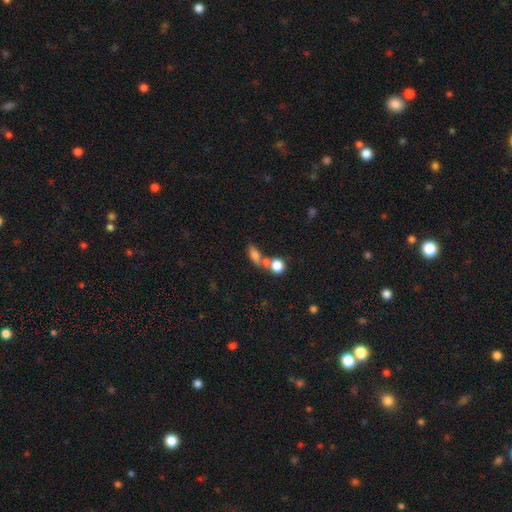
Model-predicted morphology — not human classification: type=smooth (71%); roundness=in between (61%); merging=none (41%).